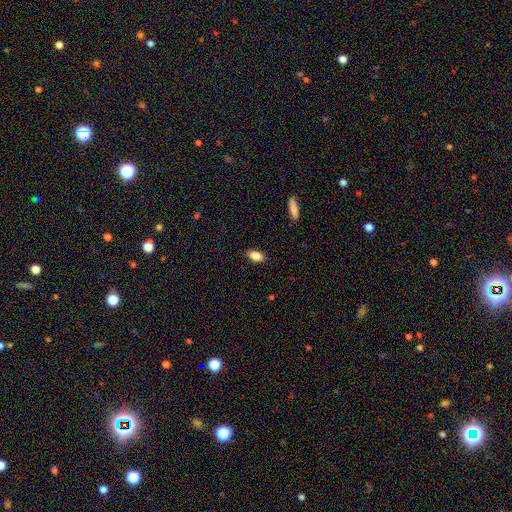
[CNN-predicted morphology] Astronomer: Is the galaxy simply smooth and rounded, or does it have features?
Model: smooth — 85%.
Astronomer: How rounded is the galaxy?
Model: in between — 88%.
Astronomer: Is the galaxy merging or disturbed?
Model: none — 86%.